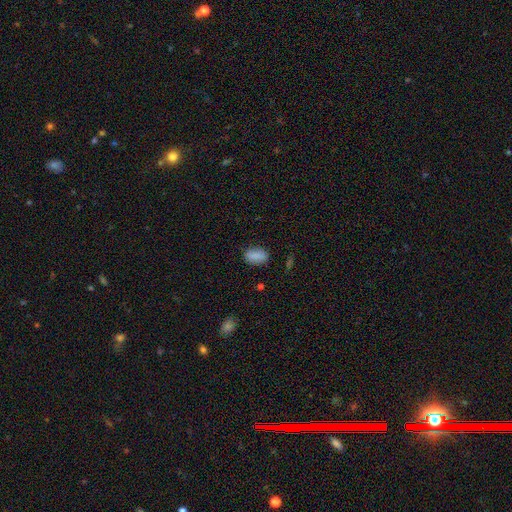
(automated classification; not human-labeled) Q: Smooth or featured?
A: smooth (86%); runner-up: star or artifact (8%)
Q: How rounded?
A: in between (88%); runner-up: round (9%)
Q: Merging?
A: none (82%); runner-up: minor disturbance (13%)